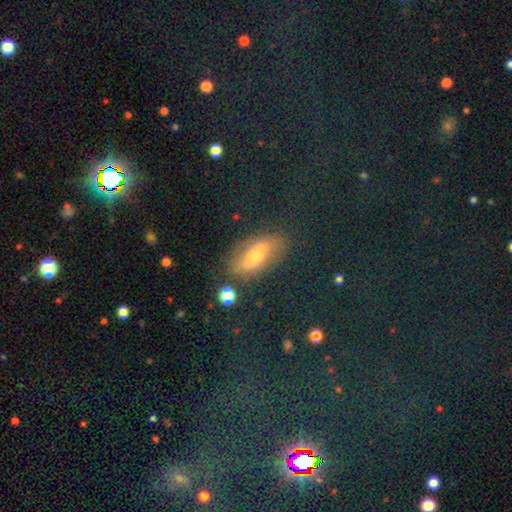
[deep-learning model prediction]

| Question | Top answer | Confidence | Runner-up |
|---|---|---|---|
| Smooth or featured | featured or disk | 49% | smooth (37%) |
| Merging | none | 79% | minor disturbance (14%) |